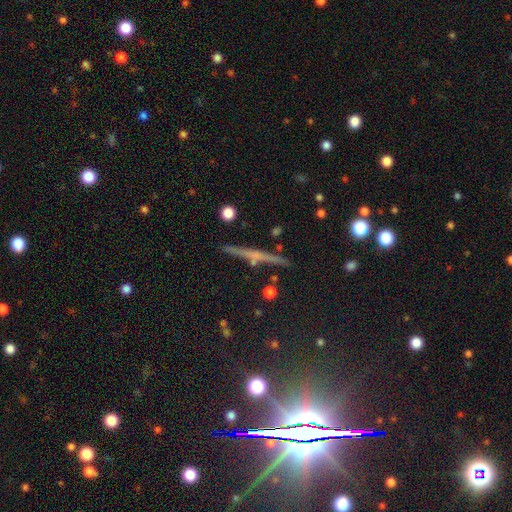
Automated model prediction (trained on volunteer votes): This is likely a featured or disk galaxy (61%). It is clearly viewed edge-on (97%). Edge-on bulge: possibly none (51%). Merging: clearly none (89%).